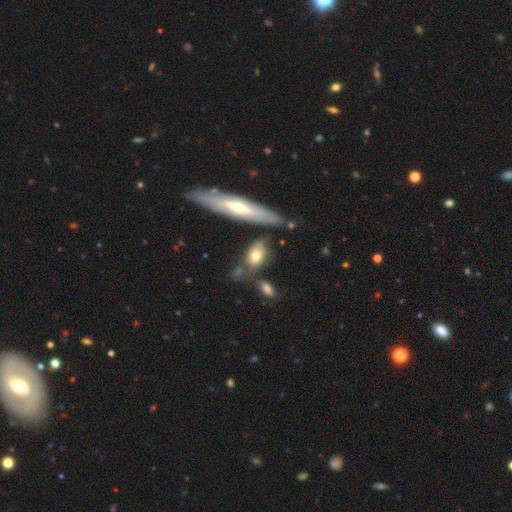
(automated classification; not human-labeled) smooth-or-featured: smooth: 66% | featured or disk: 27% | star or artifact: 7%
  how-rounded: in between: 76% | cigar-shaped: 15% | round: 10%
  merging: none: 58% | minor disturbance: 20% | merger: 15% | major disturbance: 8%